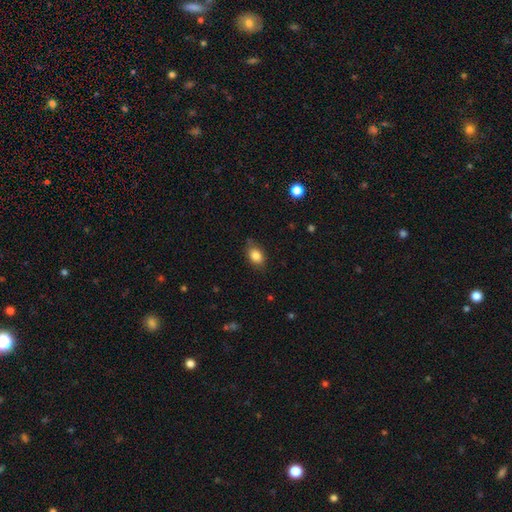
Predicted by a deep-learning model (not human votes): smooth 84%, star or artifact 9%, featured or disk 7%. Down the decision tree: how rounded — in between (75%); merging — none (75%).